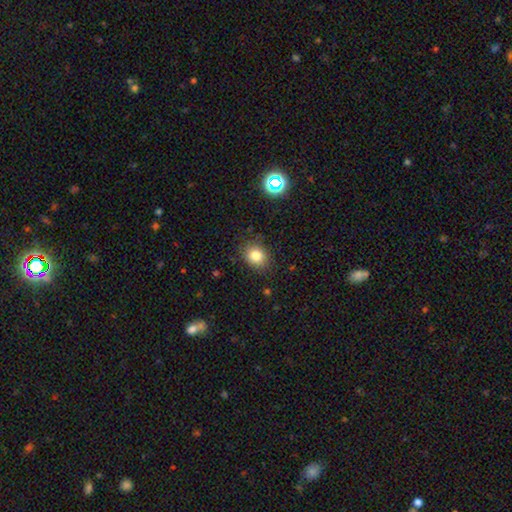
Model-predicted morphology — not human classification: Smooth or featured? Predicted: smooth (p=0.80). How rounded? Predicted: round (p=0.58). Merging? Predicted: none (p=0.85).